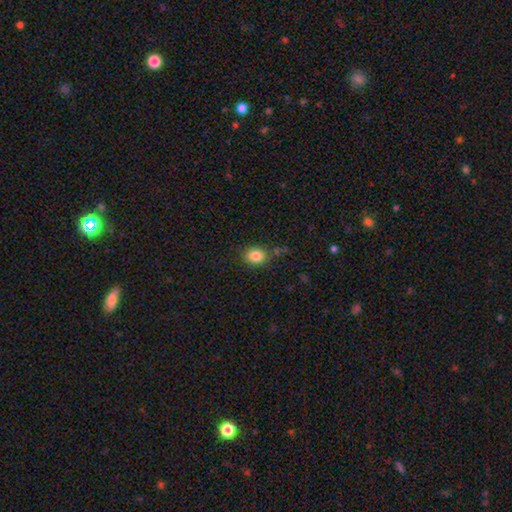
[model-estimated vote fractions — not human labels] smooth 84%, star or artifact 10%, featured or disk 6%. Down the decision tree: how rounded — round (56%); merging — none (79%).